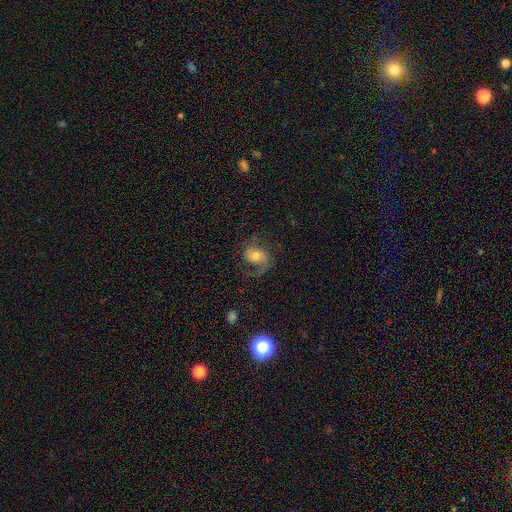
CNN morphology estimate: A featured or disk galaxy (70%) with no bar (60%), 2 (51%) medium (43%) spiral arms (93%) and a moderate central bulge (58%).

Vote fractions:
- Smooth or featured? featured or disk: 70% / smooth: 22% / star or artifact: 8%
- Edge-on disk? no: 97% / yes: 3%
- Bar? no: 60% / weak: 31% / strong: 9%
- Spiral arms? yes: 93% / no: 7%
- Spiral winding? medium: 43% / loose: 42% / tight: 14%
- Spiral arm count? 2: 51% / 1: 43% / can't tell: 3% / 3: 1% / 4: 1% / more than 4: 1%
- Bulge size? moderate: 58% / small: 26% / large: 12% / none: 3% / dominant: 2%
- Merging? none: 56% / major disturbance: 24% / minor disturbance: 18% / merger: 2%